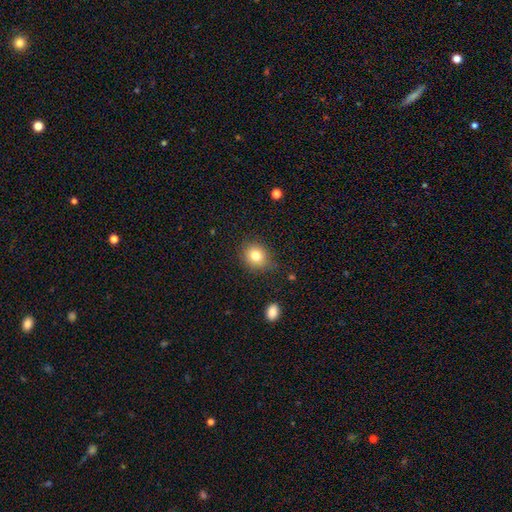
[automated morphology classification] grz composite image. It shows a smooth galaxy with no disk features (81%) that is round (71%). Merging: none (77%).